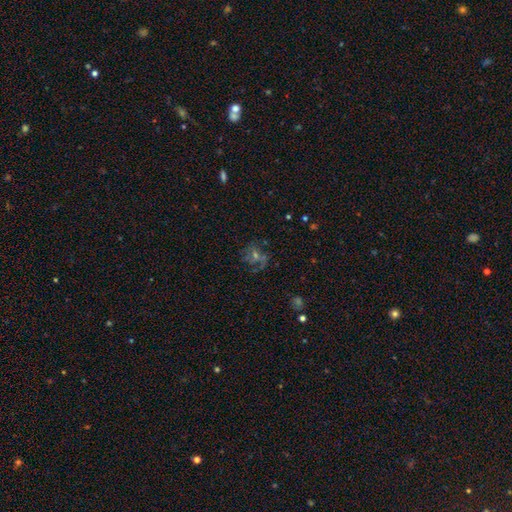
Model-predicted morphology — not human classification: A featured or disk galaxy (51%). Merging: none (67%).